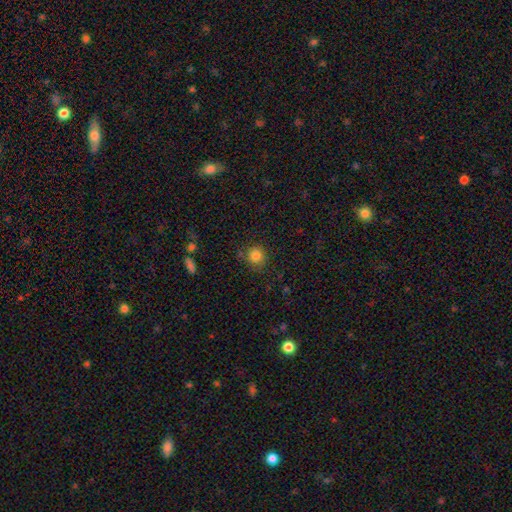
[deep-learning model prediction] Morphology: type=smooth (83%); roundness=round (90%); merging=none (82%).